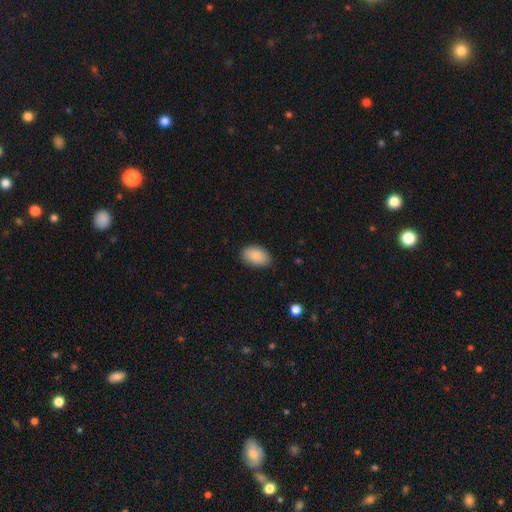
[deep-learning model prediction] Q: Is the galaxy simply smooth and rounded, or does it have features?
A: smooth — 89%.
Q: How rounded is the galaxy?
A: in between — 92%.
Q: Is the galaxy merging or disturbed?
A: none — 83%.